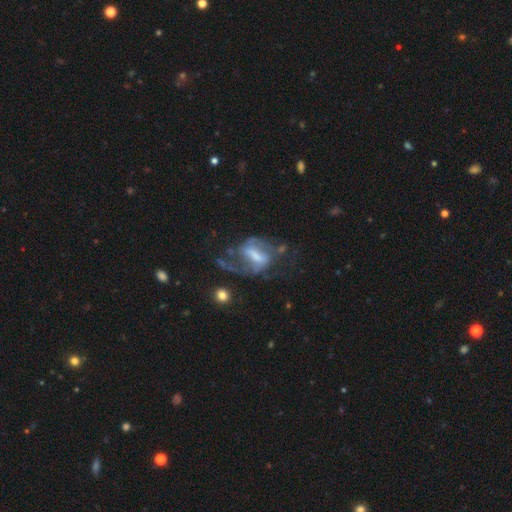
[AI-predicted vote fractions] This is likely a featured or disk galaxy (74%). It is clearly not viewed edge-on (95%). Bar: possibly strong (53%). Spiral arm pattern: likely yes (79%). Spiral arm count: likely 2 (71%). Spiral winding: possibly loose (45%). Central bulge: marginally moderate (33%). Merging: marginally major disturbance (39%).